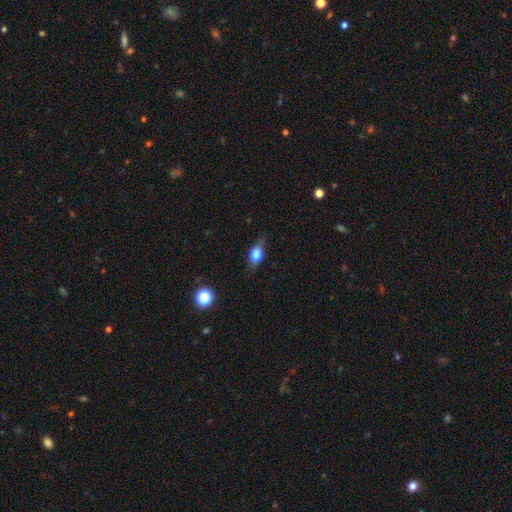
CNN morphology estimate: This is likely a smooth galaxy (63%). How rounded: likely in between (66%). Merging: likely none (76%).